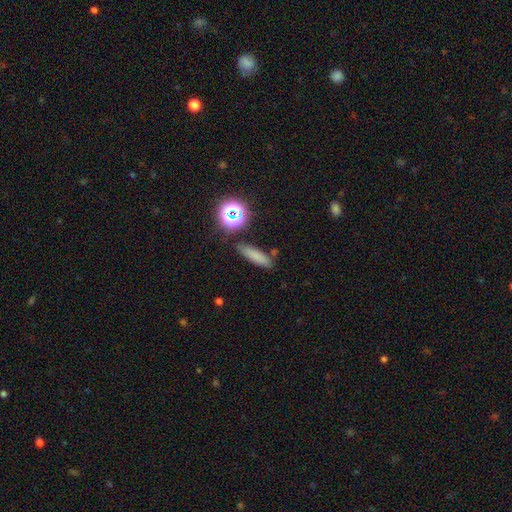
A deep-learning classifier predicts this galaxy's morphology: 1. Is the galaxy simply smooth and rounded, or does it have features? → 73% smooth, 17% star or artifact, 11% featured or disk.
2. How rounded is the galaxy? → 67% cigar-shaped, 26% in between, 7% round.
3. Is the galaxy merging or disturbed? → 82% none, 10% minor disturbance, 4% merger, 3% major disturbance.